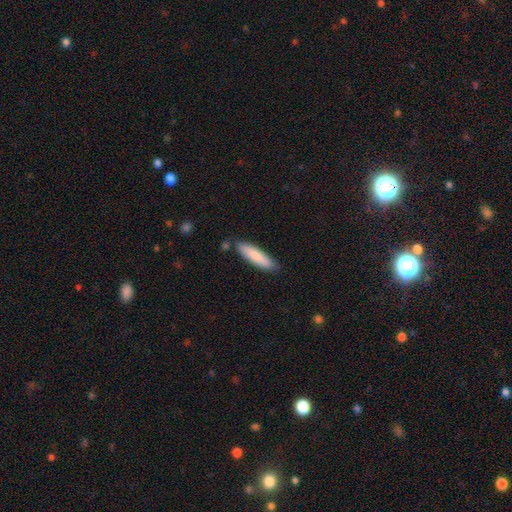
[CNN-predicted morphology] Overall: smooth (84%). How rounded: cigar-shaped (71%). Merging: none (83%).